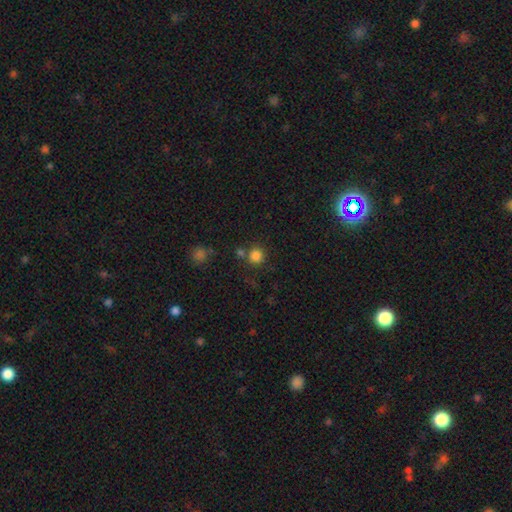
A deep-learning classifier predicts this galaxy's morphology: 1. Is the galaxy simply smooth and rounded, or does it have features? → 82% smooth, 13% star or artifact, 4% featured or disk.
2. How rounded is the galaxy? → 91% round, 8% in between, 1% cigar-shaped.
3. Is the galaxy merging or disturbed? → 72% none, 15% merger, 9% minor disturbance, 4% major disturbance.